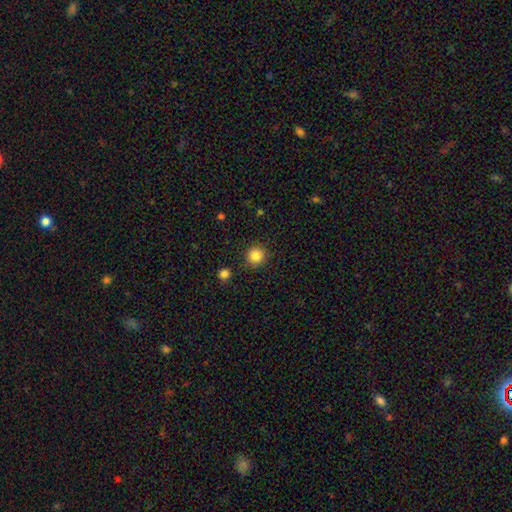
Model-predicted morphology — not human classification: smooth-or-featured: smooth: 85% | star or artifact: 11% | featured or disk: 4%
  how-rounded: round: 94% | in between: 5% | cigar-shaped: 1%
  merging: none: 89% | minor disturbance: 7% | merger: 2% | major disturbance: 2%